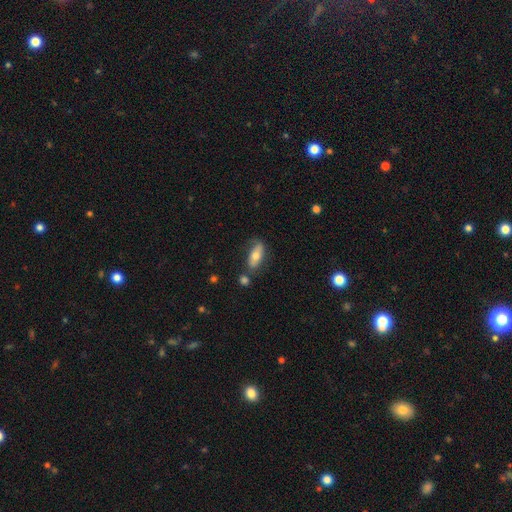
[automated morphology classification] smooth 64%, featured or disk 30%, star or artifact 7%. Down the decision tree: how rounded — in between (74%); merging — none (65%).